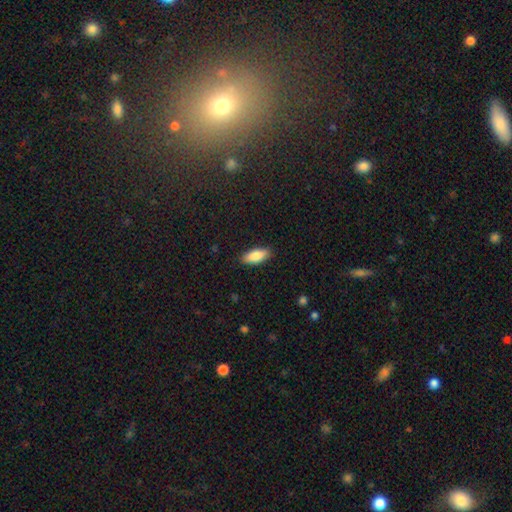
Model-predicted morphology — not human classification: This is clearly a smooth galaxy (85%). How rounded: clearly in between (82%). Merging: clearly none (88%).